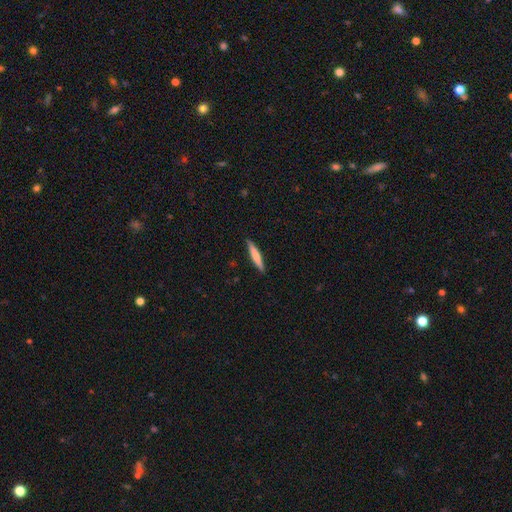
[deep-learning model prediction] A smooth galaxy with no disk features (63%) that is cigar-shaped (92%). Merging: none (90%).